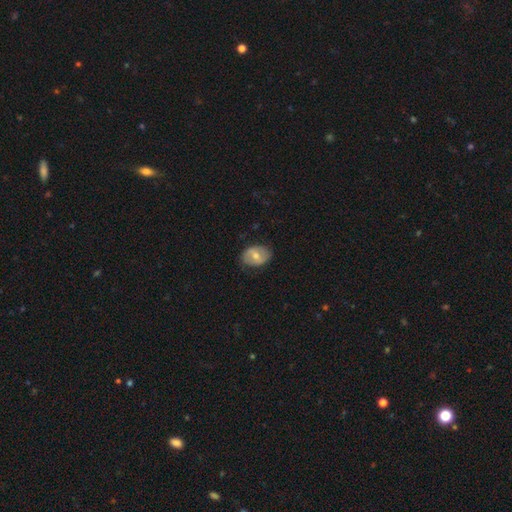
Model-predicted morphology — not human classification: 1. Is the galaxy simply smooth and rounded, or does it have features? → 50% smooth, 43% featured or disk, 7% star or artifact.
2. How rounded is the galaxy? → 76% in between, 23% round, 1% cigar-shaped.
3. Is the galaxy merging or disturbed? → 81% none, 15% minor disturbance, 3% major disturbance, 1% merger.